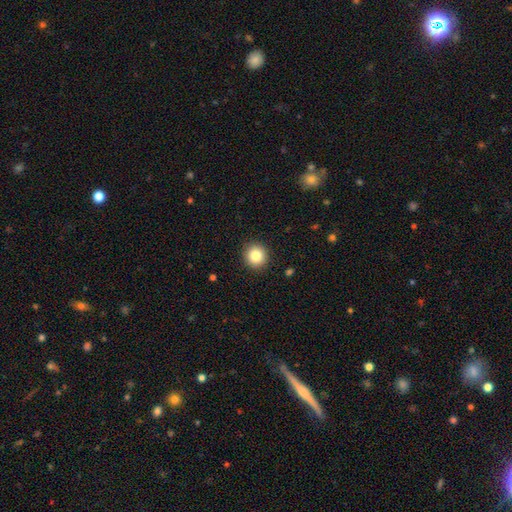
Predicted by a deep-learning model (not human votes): Q: Smooth or featured?
A: smooth (83%); runner-up: star or artifact (10%)
Q: How rounded?
A: round (93%); runner-up: in between (6%)
Q: Merging?
A: none (92%); runner-up: minor disturbance (5%)